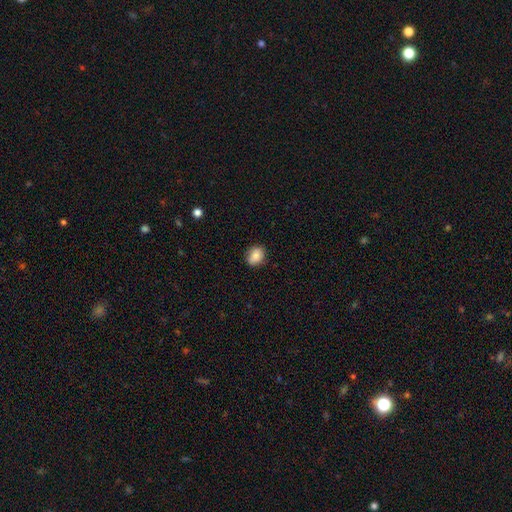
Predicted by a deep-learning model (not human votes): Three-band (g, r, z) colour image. It shows a smooth galaxy with no disk features (84%) that is in between round and cigar-shaped (54%). Merging: none (83%).